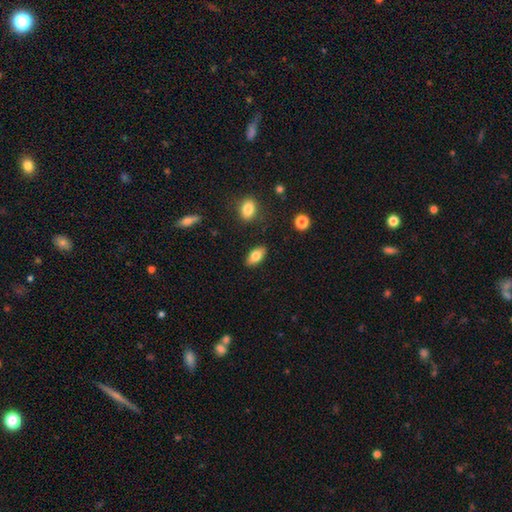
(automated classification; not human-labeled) The model was most divided on "smooth or featured": smooth: 78%, featured or disk: 15%, star or artifact: 7%. More confident: how rounded — in between (90%); merging — none (86%).